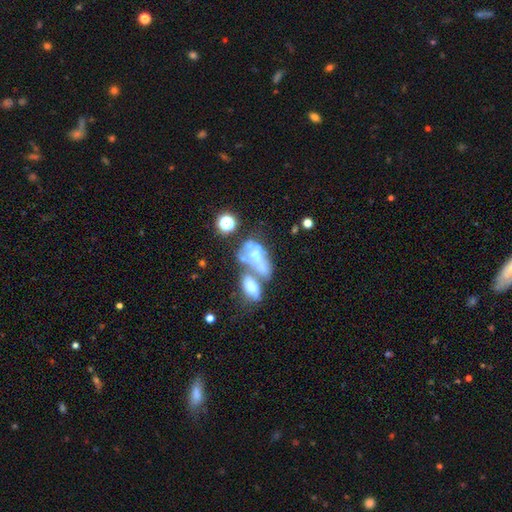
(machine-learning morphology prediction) Q: Smooth or featured?
A: featured or disk (49%); runner-up: smooth (35%)
Q: Merging?
A: merger (56%); runner-up: major disturbance (18%)